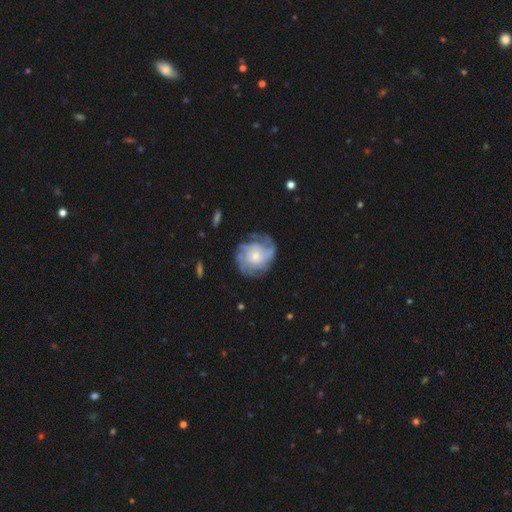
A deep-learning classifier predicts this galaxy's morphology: Overall: featured or disk (67%). Edge-on disk: no (97%). Bar: no (82%). Spiral arms: yes (78%). Spiral arm count: can't tell (48%; 2 16%). Spiral winding: tight (48%; medium 33%). Bulge size: small (60%; moderate 32%). Merging: none (65%).